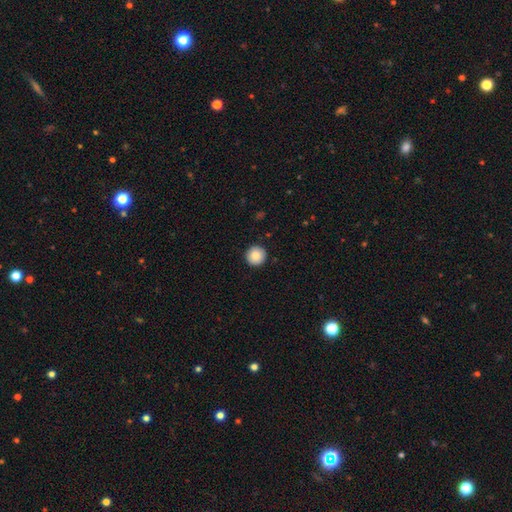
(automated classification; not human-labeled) smooth_or_featured: smooth (p=0.87) [alt: star or artifact p=0.08]
how_rounded: round (p=0.96) [alt: in between p=0.03]
merging: none (p=0.93) [alt: minor disturbance p=0.05]